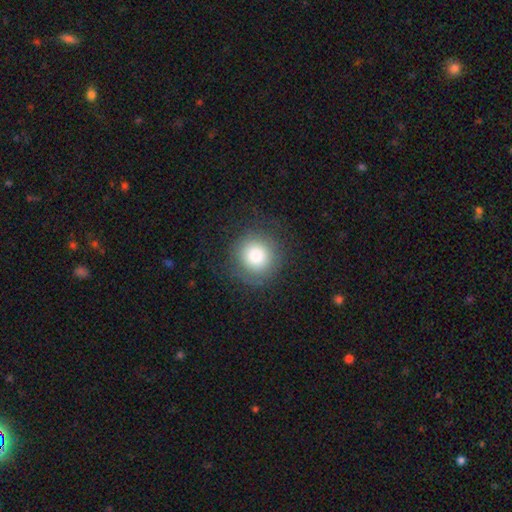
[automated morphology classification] Smooth or featured: smooth — 77% (featured or disk — 14%)
How rounded: round — 93% (in between — 6%)
Merging: none — 80% (minor disturbance — 12%)